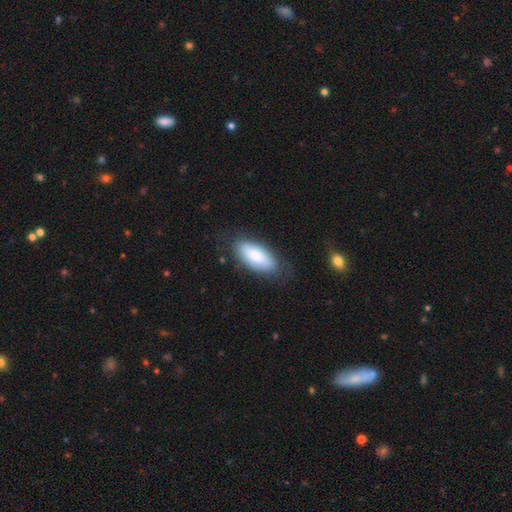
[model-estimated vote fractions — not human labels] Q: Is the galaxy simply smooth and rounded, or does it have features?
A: smooth — 83%.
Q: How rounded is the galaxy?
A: in between — 86%.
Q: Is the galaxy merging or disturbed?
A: none — 74%.